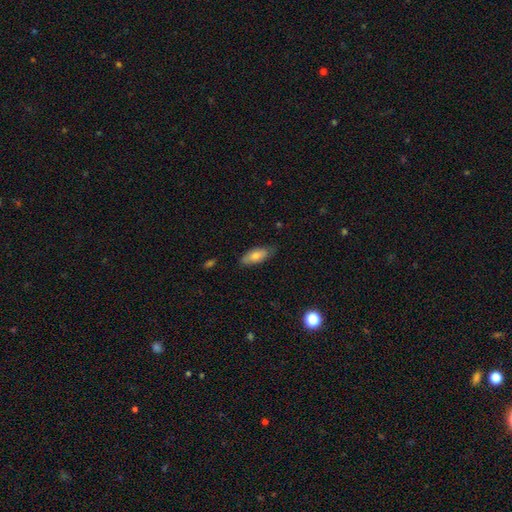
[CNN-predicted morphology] type=smooth (73%); roundness=in between (84%); merging=none (76%).